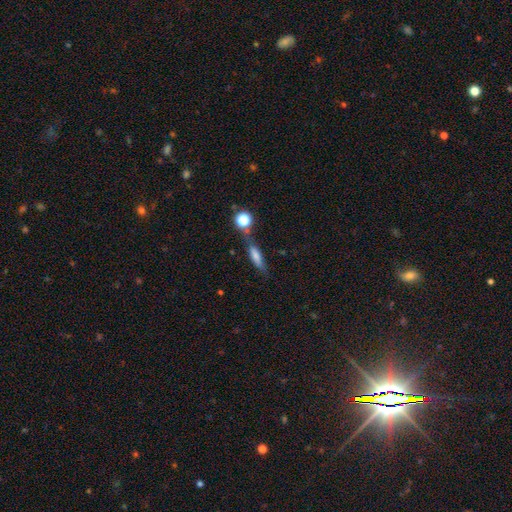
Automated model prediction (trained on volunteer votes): smooth 62%, featured or disk 27%, star or artifact 11%. Down the decision tree: how rounded — cigar-shaped (68%); merging — none (56%).